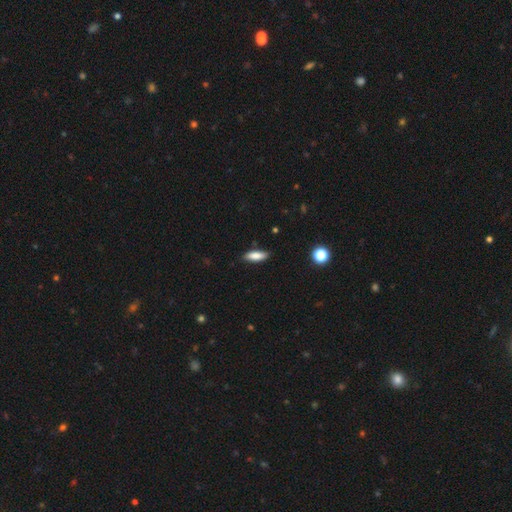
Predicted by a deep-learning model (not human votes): smooth 83%, featured or disk 11%, star or artifact 7%. Down the decision tree: how rounded — in between (60%); merging — none (84%).